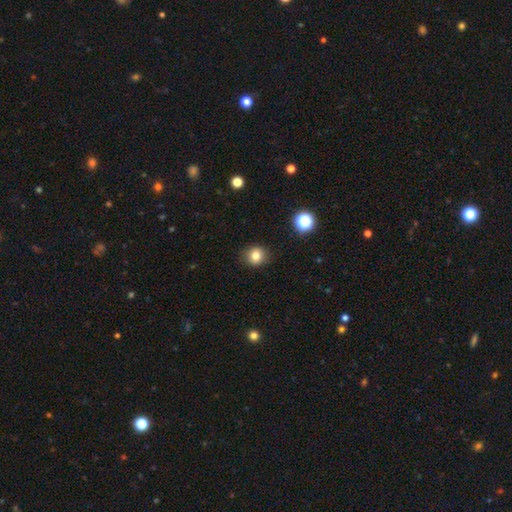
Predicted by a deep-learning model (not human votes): Overall: smooth (81%). How rounded: round (82%). Merging: none (88%).